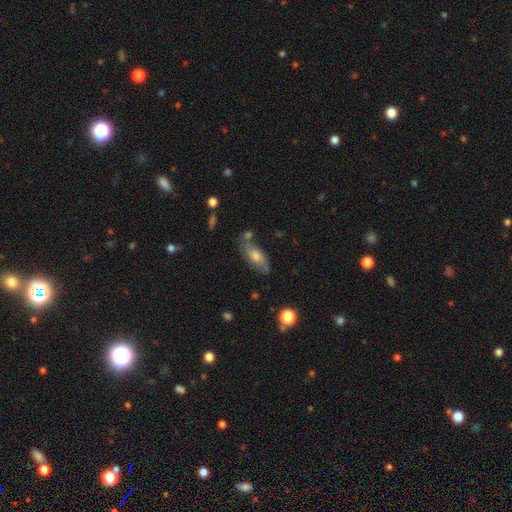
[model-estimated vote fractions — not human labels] This is possibly a smooth galaxy (52%). How rounded: clearly in between (80%). Merging: likely none (66%).